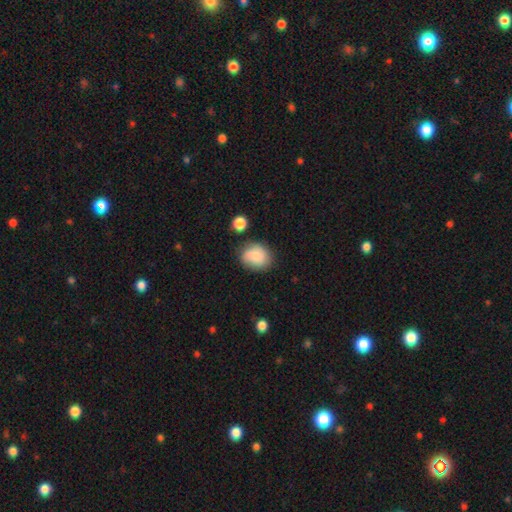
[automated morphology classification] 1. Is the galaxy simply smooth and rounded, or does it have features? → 78% smooth, 14% featured or disk, 8% star or artifact.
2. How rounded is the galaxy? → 54% round, 45% in between, 1% cigar-shaped.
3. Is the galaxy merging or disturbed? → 67% none, 21% minor disturbance, 6% major disturbance, 5% merger.